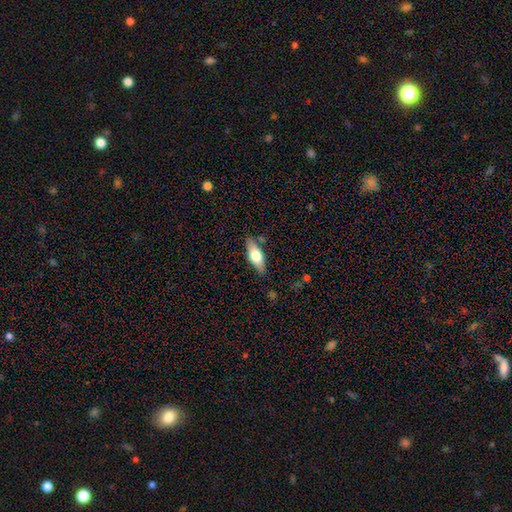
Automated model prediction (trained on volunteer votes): Smooth or featured: smooth — 60% (featured or disk — 34%)
How rounded: in between — 70% (cigar-shaped — 27%)
Merging: none — 81% (minor disturbance — 14%)